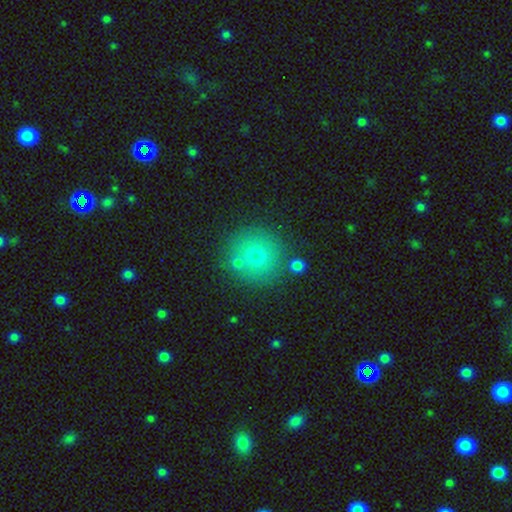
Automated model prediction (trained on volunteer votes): A smooth galaxy with no disk features (71%) that is round (94%).

Vote fractions:
- Smooth or featured? smooth: 71% / featured or disk: 16% / star or artifact: 13%
- How rounded? round: 94% / in between: 5% / cigar-shaped: 1%
- Merging? none: 76% / merger: 11% / minor disturbance: 9% / major disturbance: 3%